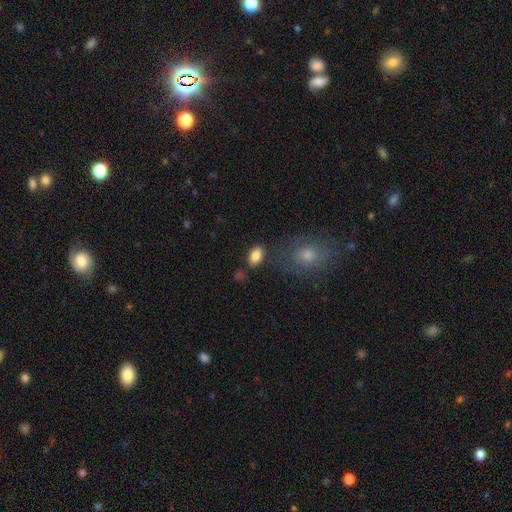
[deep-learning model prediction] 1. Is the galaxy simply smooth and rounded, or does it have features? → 86% smooth, 9% star or artifact, 6% featured or disk.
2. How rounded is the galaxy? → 88% in between, 10% round, 2% cigar-shaped.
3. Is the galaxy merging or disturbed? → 77% none, 13% minor disturbance, 6% merger, 4% major disturbance.